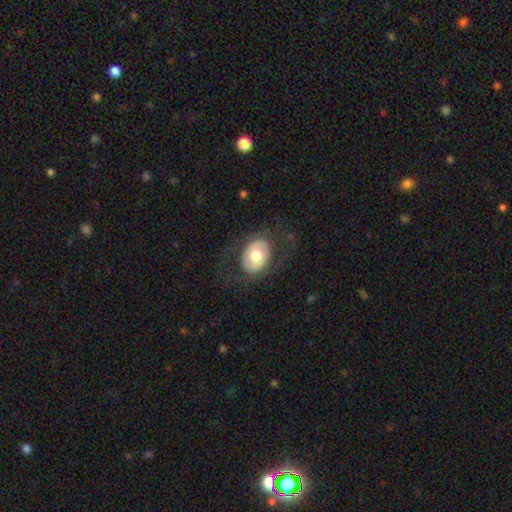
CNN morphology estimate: smooth_or_featured: smooth (p=0.49) [alt: featured or disk p=0.45]
merging: none (p=0.72) [alt: minor disturbance p=0.14]